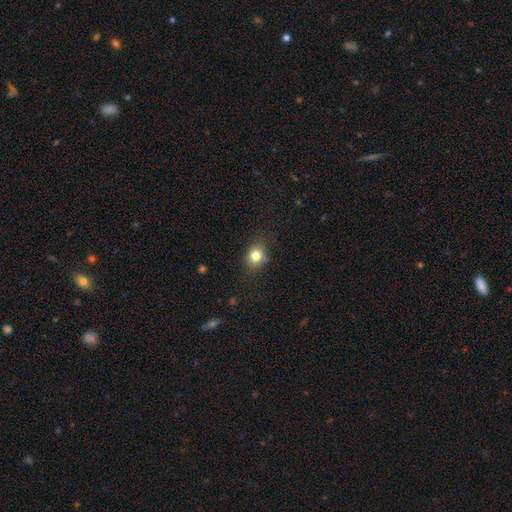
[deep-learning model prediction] Smooth or featured? smooth (79%)
How rounded? round (53%)
Merging? none (75%)